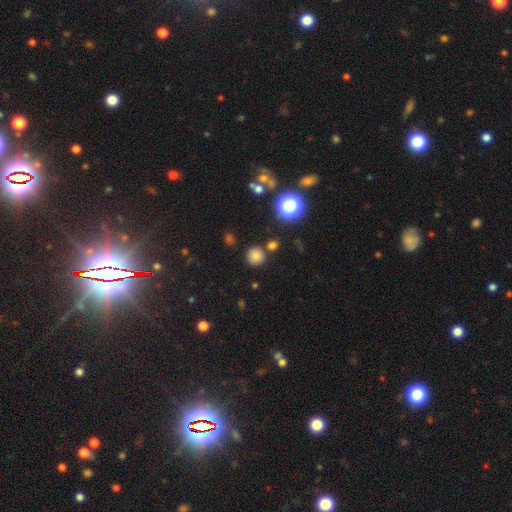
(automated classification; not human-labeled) Q: Smooth or featured?
A: smooth (77%); runner-up: star or artifact (17%)
Q: How rounded?
A: round (93%); runner-up: in between (6%)
Q: Merging?
A: none (82%); runner-up: minor disturbance (8%)